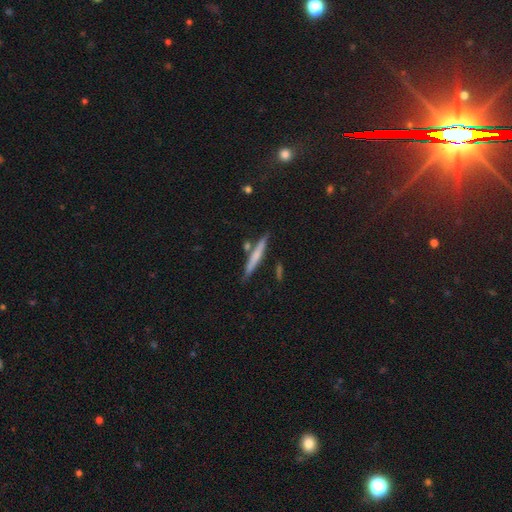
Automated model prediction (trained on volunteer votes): Smooth or featured? Predicted: smooth (p=0.50). How rounded? Predicted: cigar-shaped (p=0.95). Merging? Predicted: none (p=0.81).